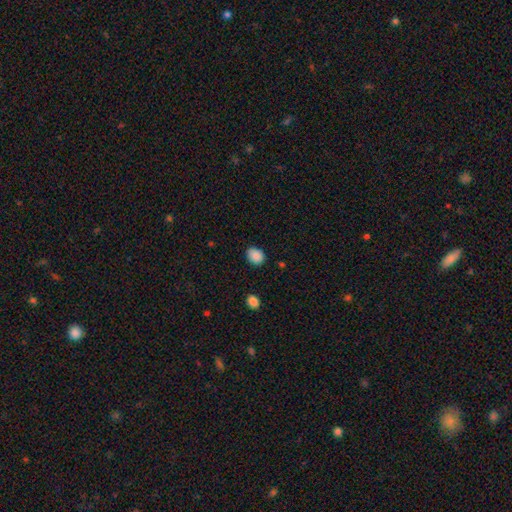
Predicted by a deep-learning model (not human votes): Overall: smooth (88%). How rounded: round (54%; in between 45%). Merging: none (84%).